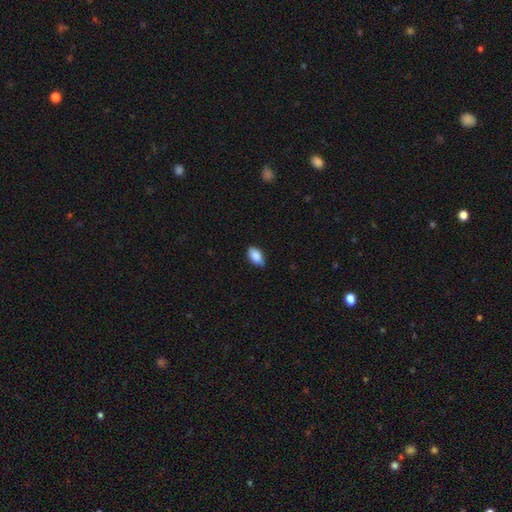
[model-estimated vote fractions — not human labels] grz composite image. It shows a smooth galaxy with no disk features (87%) that is in between round and cigar-shaped (92%). Merging: none (72%).